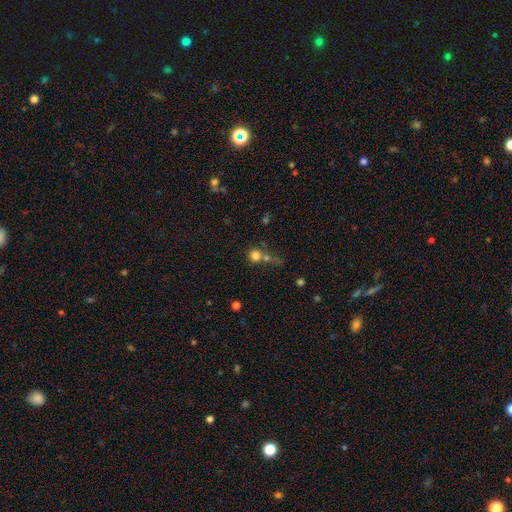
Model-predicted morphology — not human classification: Smooth or featured? smooth (75%)
How rounded? round (90%)
Merging? none (46%)